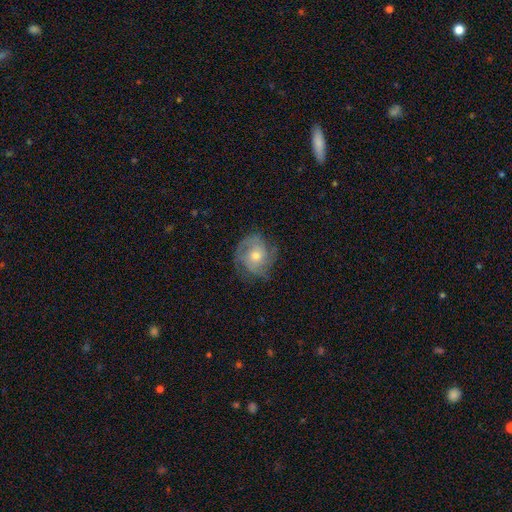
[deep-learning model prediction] Overall: featured or disk (73%). Edge-on disk: no (97%). Bar: no (79%). Spiral arms: yes (92%). Spiral arm count: 3 (37%; can't tell 23%). Spiral winding: tight (52%; medium 37%). Bulge size: moderate (66%; small 27%). Merging: none (73%).